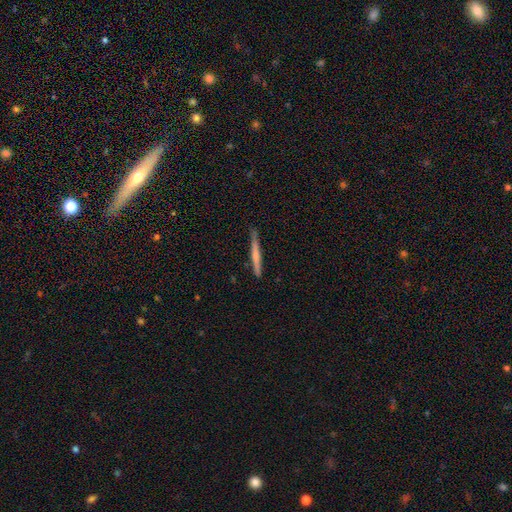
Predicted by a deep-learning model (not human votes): A smooth galaxy with no disk features (54%) that is cigar-shaped (96%).

Vote fractions:
- Smooth or featured? smooth: 54% / featured or disk: 40% / star or artifact: 6%
- How rounded? cigar-shaped: 96% / in between: 2% / round: 1%
- Merging? none: 83% / minor disturbance: 13% / major disturbance: 2% / merger: 2%